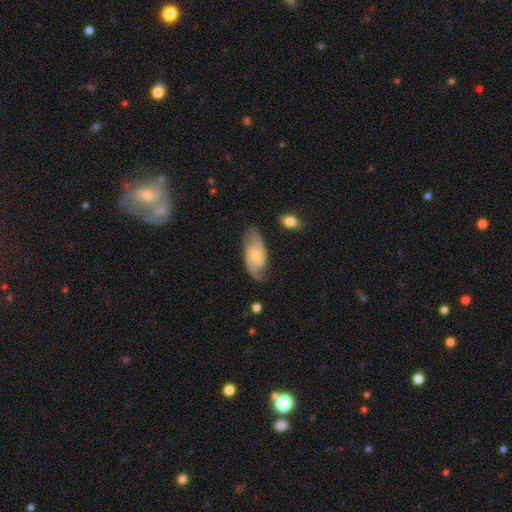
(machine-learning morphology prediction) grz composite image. It shows a featured or disk galaxy (74%) with no bar (59%), 2 (81%) medium (47%) spiral arms (93%) and a small central bulge (50%). Merging: none (71%).